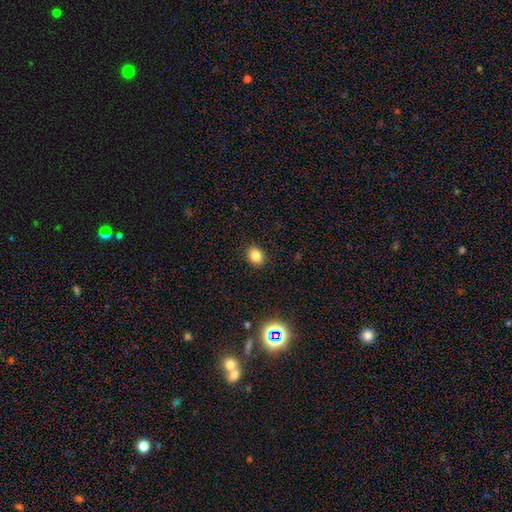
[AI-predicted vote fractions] smooth-or-featured: smooth: 83% | star or artifact: 12% | featured or disk: 5%
  how-rounded: in between: 51% | round: 48% | cigar-shaped: 1%
  merging: none: 90% | minor disturbance: 7% | major disturbance: 2% | merger: 1%